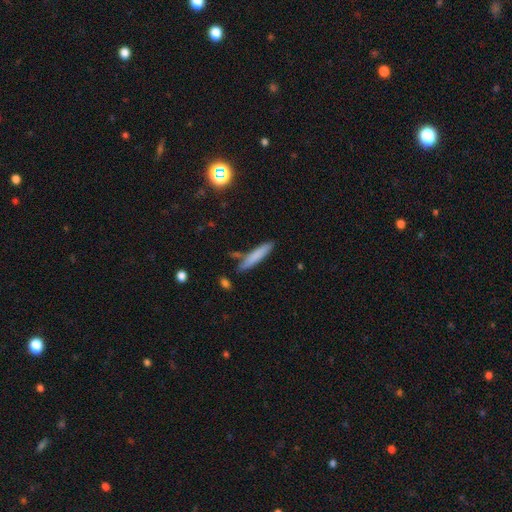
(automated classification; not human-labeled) Smooth or featured: smooth — 77% (featured or disk — 16%)
How rounded: cigar-shaped — 89% (in between — 10%)
Merging: none — 79% (minor disturbance — 13%)